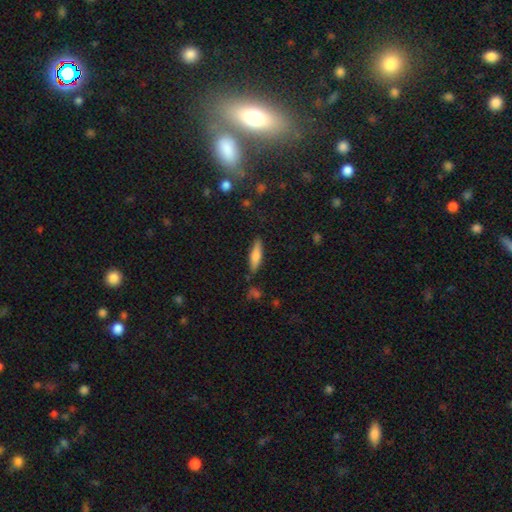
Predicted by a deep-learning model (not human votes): This appears to be a smooth galaxy with no disk features (68%) that is cigar-shaped (69%). Merging: none (84%).